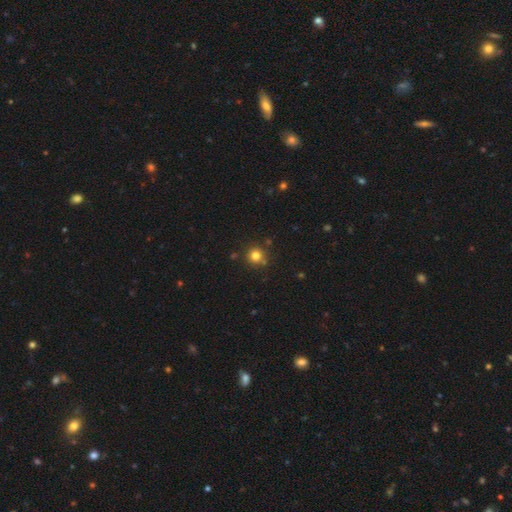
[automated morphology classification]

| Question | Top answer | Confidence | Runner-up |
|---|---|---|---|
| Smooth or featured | smooth | 79% | star or artifact (15%) |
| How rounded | round | 93% | in between (6%) |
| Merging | none | 82% | minor disturbance (10%) |